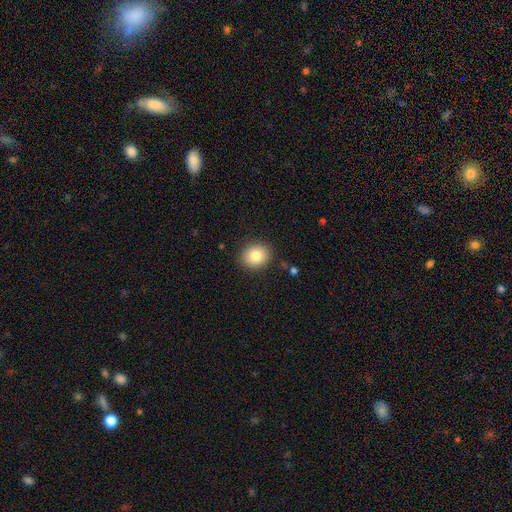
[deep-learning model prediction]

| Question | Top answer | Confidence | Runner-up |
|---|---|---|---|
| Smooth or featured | smooth | 83% | star or artifact (9%) |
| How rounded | round | 69% | in between (31%) |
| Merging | none | 89% | minor disturbance (8%) |